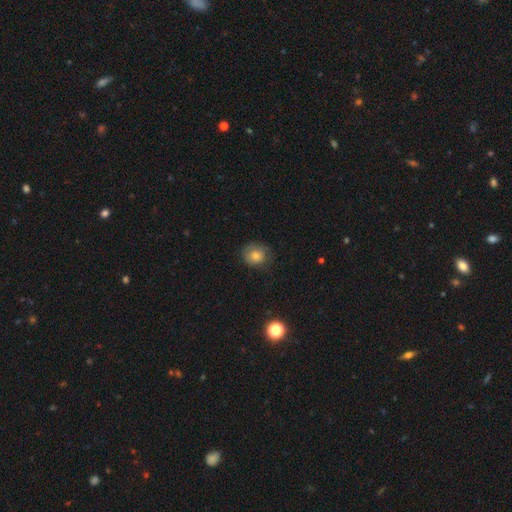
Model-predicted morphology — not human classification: A smooth galaxy with no disk features (73%) that is round (78%). Merging: none (73%).